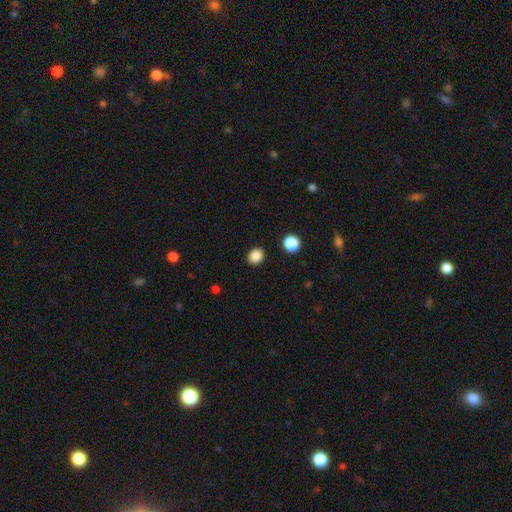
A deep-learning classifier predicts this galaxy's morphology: This appears to be a smooth galaxy with no disk features (86%) that is round (71%). Merging: none (90%).